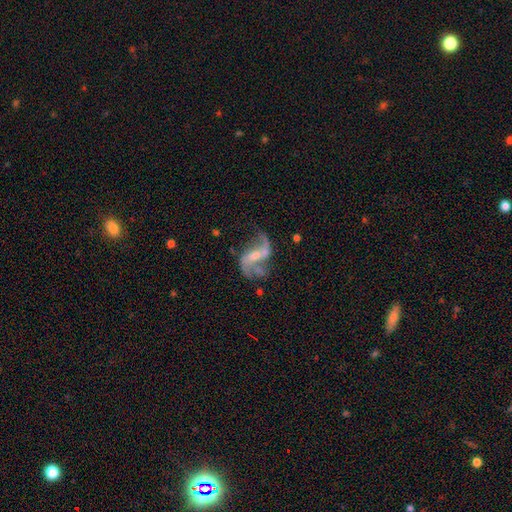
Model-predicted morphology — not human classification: A featured or disk galaxy (86%) with a weak bar (43%), 2 (87%) loose (78%) spiral arms (93%) and a small central bulge (52%).

Vote fractions:
- Smooth or featured? featured or disk: 86% / smooth: 7% / star or artifact: 7%
- Edge-on disk? no: 97% / yes: 3%
- Bar? weak: 43% / no: 30% / strong: 27%
- Spiral arms? yes: 93% / no: 7%
- Spiral winding? loose: 78% / medium: 19% / tight: 4%
- Spiral arm count? 2: 87% / 3: 4% / can't tell: 4% / 1: 3% / 4: 2% / more than 4: 1%
- Bulge size? small: 52% / moderate: 35% / none: 10% / large: 2% / dominant: 1%
- Merging? none: 57% / minor disturbance: 18% / major disturbance: 18% / merger: 7%